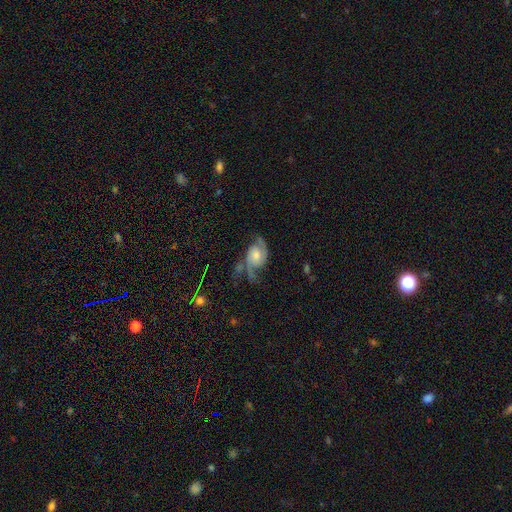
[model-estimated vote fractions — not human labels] Smooth or featured: featured or disk — 81% (smooth — 12%)
Edge-on disk: no — 97% (yes — 3%)
Bar: no — 66% (weak — 28%)
Spiral arms: yes — 95% (no — 5%)
Spiral winding: loose — 47% (medium — 40%)
Spiral arm count: 2 — 91% (can't tell — 3%)
Bulge size: moderate — 44% (small — 25%)
Merging: none — 50% (minor disturbance — 23%)